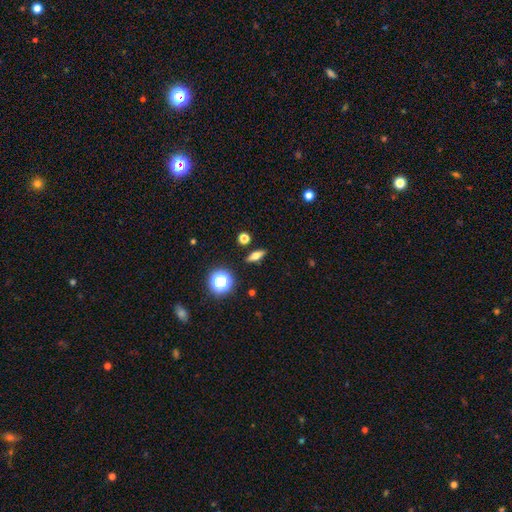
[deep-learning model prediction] Smooth or featured?
  - smooth: 57% *
  - featured or disk: 30%
  - star or artifact: 13%
How rounded?
  - in between: 51% *
  - cigar-shaped: 35%
  - round: 14%
Merging?
  - none: 88% *
  - minor disturbance: 7%
  - merger: 2%
  - major disturbance: 2%